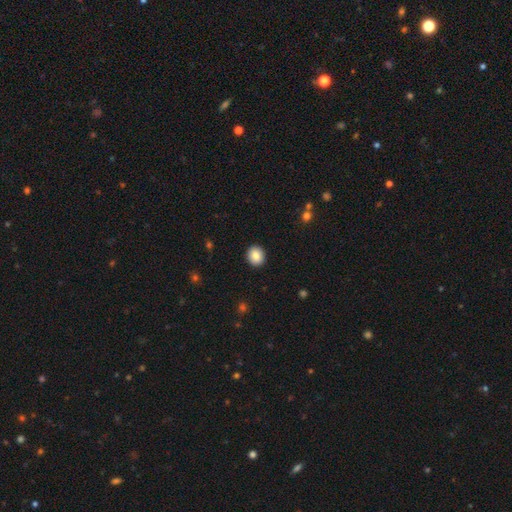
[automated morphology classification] smooth_or_featured: smooth (p=0.85) [alt: star or artifact p=0.08]
how_rounded: round (p=0.80) [alt: in between p=0.19]
merging: none (p=0.92) [alt: minor disturbance p=0.05]